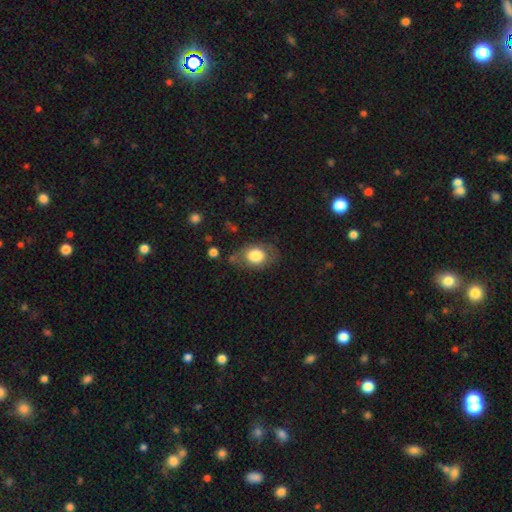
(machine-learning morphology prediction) This is likely a smooth galaxy (75%). How rounded: likely in between (68%). Merging: likely none (68%).